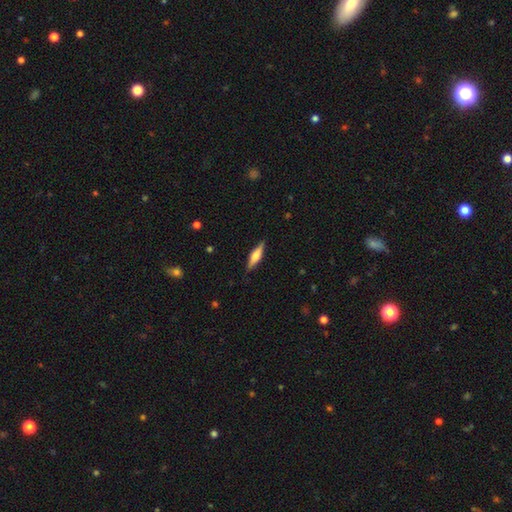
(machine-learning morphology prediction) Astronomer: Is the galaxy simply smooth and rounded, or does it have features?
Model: featured or disk — 52% (runner-up: smooth, 42%).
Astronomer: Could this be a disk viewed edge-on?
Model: yes — 95%.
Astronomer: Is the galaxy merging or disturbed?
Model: none — 87%.